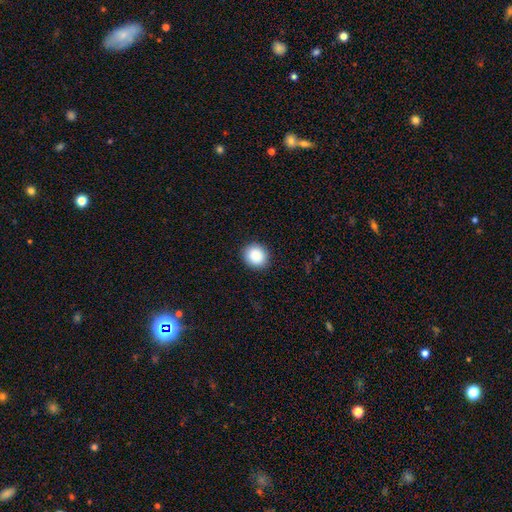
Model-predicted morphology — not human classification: Overall: smooth (90%). How rounded: round (78%). Merging: none (91%).